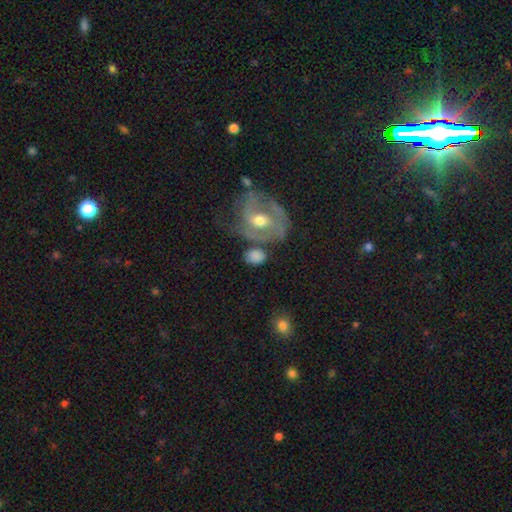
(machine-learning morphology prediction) A smooth galaxy with no disk features (63%) that is in between round and cigar-shaped (59%).

Vote fractions:
- Smooth or featured? smooth: 63% / featured or disk: 29% / star or artifact: 8%
- How rounded? in between: 59% / round: 39% / cigar-shaped: 2%
- Merging? none: 51% / minor disturbance: 21% / merger: 17% / major disturbance: 11%